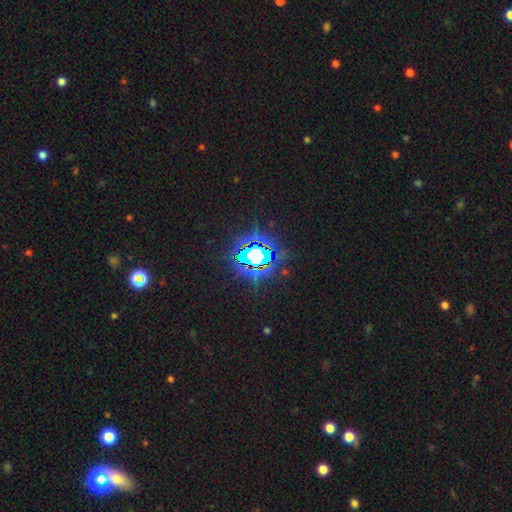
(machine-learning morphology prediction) Q: Smooth or featured?
A: star or artifact (67%); runner-up: smooth (17%)